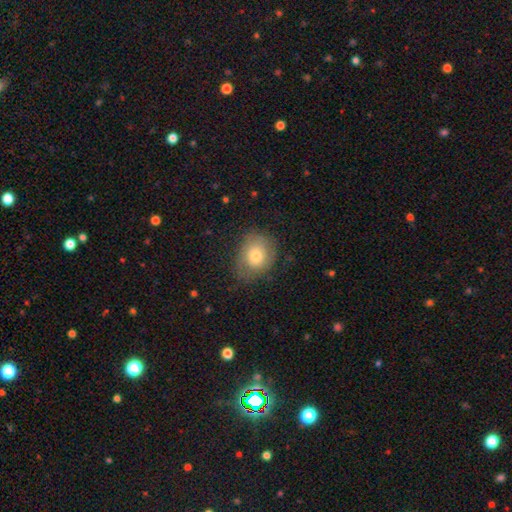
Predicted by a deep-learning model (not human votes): smooth_or_featured: smooth (p=0.72) [alt: featured or disk p=0.19]
how_rounded: round (p=0.53) [alt: in between p=0.46]
merging: none (p=0.65) [alt: minor disturbance p=0.25]